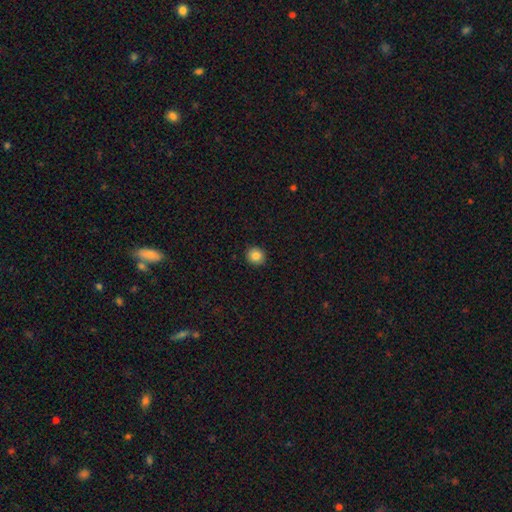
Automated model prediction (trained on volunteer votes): This appears to be a smooth galaxy with no disk features (85%) that is round (89%). Merging: none (92%).